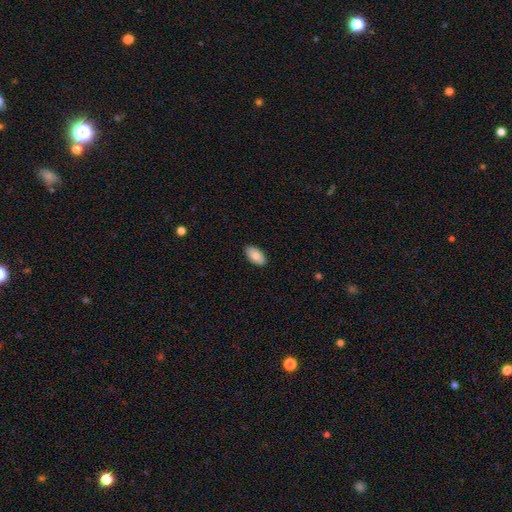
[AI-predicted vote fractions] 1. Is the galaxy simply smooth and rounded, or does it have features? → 83% smooth, 10% featured or disk, 6% star or artifact.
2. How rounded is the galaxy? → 94% in between, 3% cigar-shaped, 3% round.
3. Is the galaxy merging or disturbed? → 89% none, 8% minor disturbance, 2% major disturbance, 1% merger.